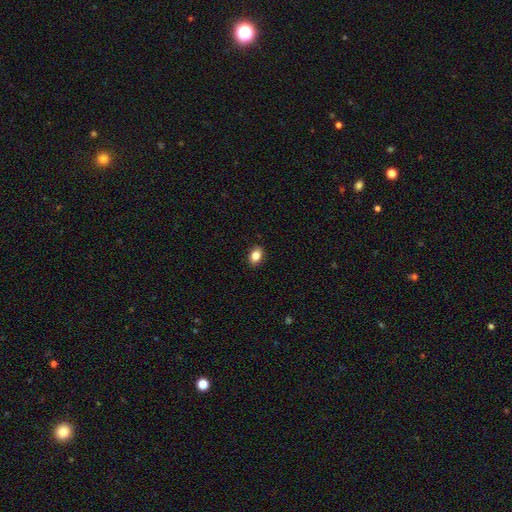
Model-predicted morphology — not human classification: Q: Smooth or featured?
A: smooth (84%); runner-up: star or artifact (9%)
Q: How rounded?
A: in between (74%); runner-up: round (25%)
Q: Merging?
A: none (90%); runner-up: minor disturbance (8%)